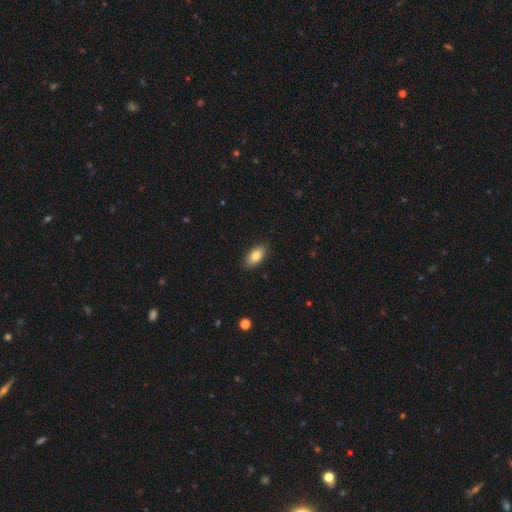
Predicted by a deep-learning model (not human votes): Q: Smooth or featured?
A: smooth (83%); runner-up: featured or disk (10%)
Q: How rounded?
A: in between (91%); runner-up: cigar-shaped (5%)
Q: Merging?
A: none (87%); runner-up: minor disturbance (10%)